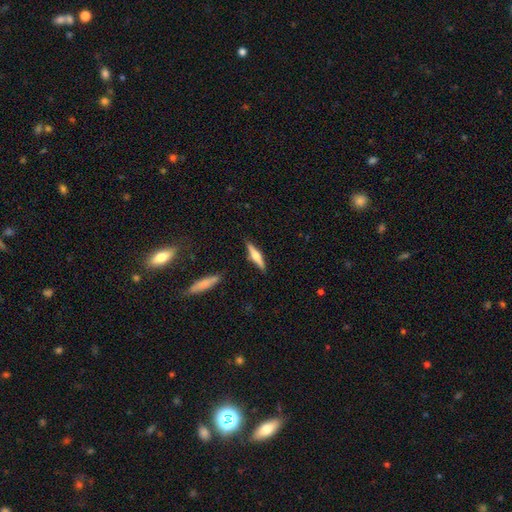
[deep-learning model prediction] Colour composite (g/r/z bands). It shows a featured or disk galaxy (55%) viewed edge-on (96%) with a rounded central bulge (85%). Merging: none (88%).